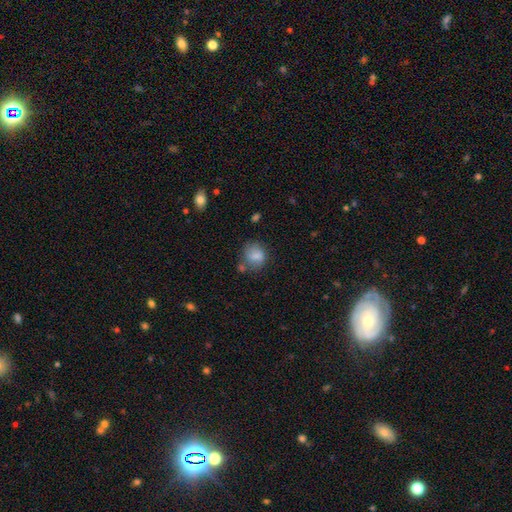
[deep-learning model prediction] This is likely a smooth galaxy (78%). How rounded: likely round (64%). Merging: possibly none (56%).